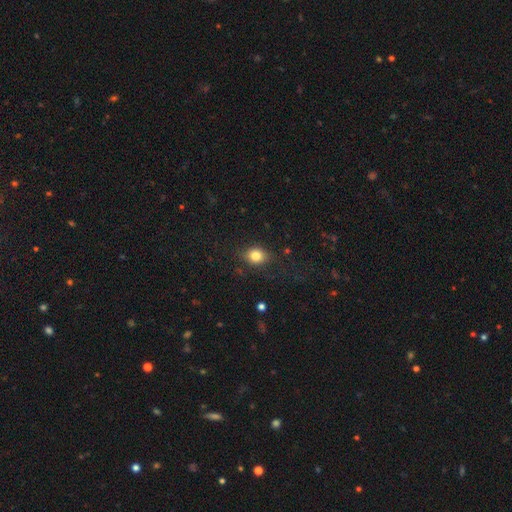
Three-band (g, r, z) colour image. It shows a smooth galaxy with no disk features (87%) that is round (67%). Merging: none (77%).